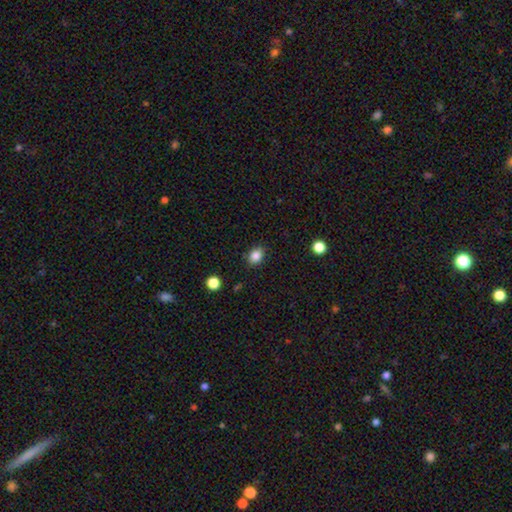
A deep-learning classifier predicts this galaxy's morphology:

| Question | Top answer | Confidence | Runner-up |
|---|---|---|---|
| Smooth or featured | smooth | 85% | star or artifact (10%) |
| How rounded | in between | 57% | round (42%) |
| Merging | none | 85% | minor disturbance (11%) |